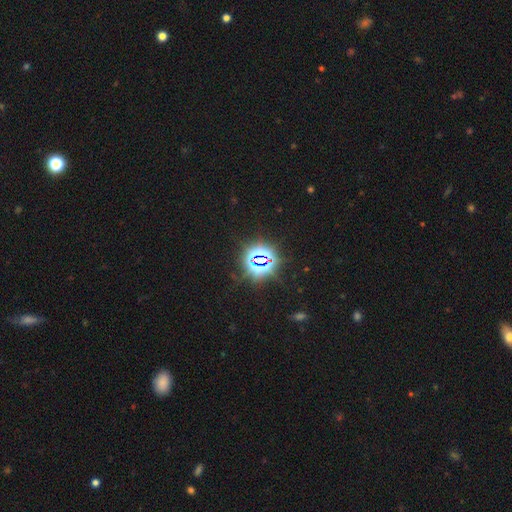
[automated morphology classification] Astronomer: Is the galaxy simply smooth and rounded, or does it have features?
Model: star or artifact — 79%.